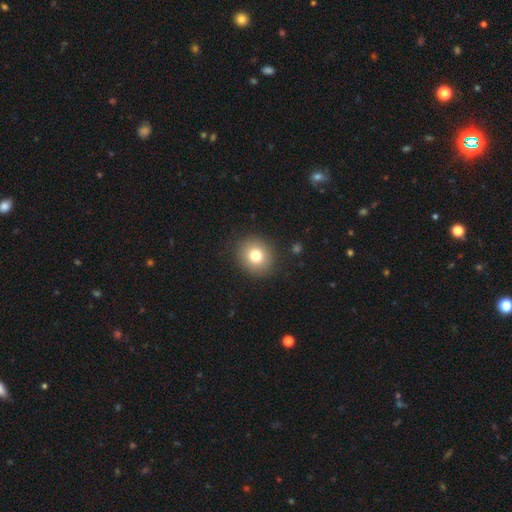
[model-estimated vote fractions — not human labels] Smooth or featured?
  - smooth: 78% *
  - star or artifact: 11%
  - featured or disk: 11%
How rounded?
  - round: 86% *
  - in between: 13%
  - cigar-shaped: 1%
Merging?
  - none: 89% *
  - minor disturbance: 7%
  - major disturbance: 3%
  - merger: 1%